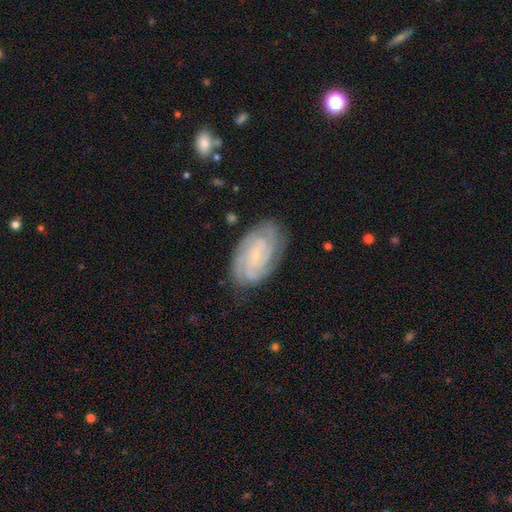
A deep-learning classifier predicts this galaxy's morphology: Smooth or featured? featured or disk (82%)
Edge-on disk? no (97%)
Bar? no (53%)
Spiral arms? yes (96%)
Spiral winding? tight (71%)
Spiral arm count? 2 (33%)
Bulge size? small (73%)
Merging? none (79%)